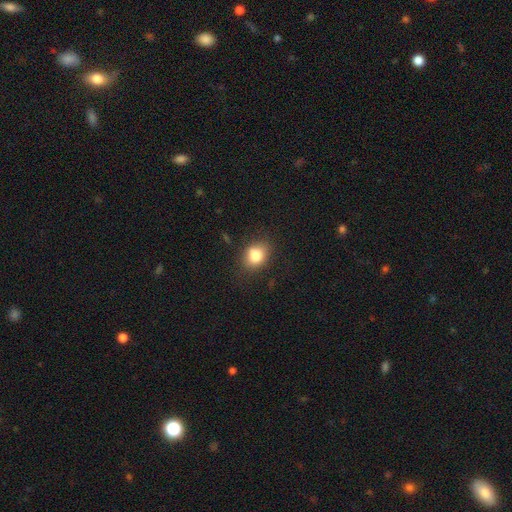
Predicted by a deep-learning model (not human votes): Smooth or featured?
  - smooth: 80% *
  - star or artifact: 11%
  - featured or disk: 9%
How rounded?
  - round: 52% *
  - in between: 47%
  - cigar-shaped: 1%
Merging?
  - none: 77% *
  - minor disturbance: 16%
  - major disturbance: 4%
  - merger: 2%